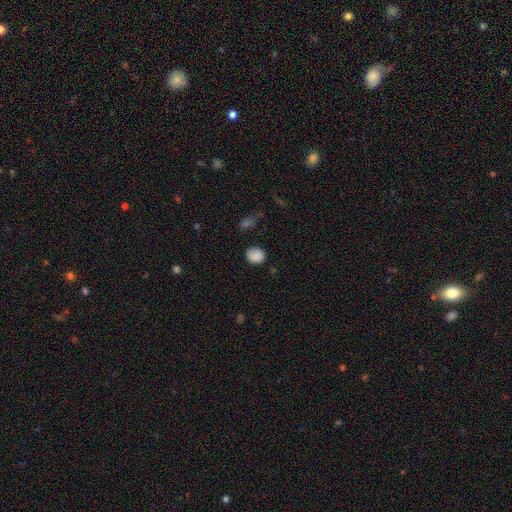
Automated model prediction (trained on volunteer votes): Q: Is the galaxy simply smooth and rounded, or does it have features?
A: smooth — 86%.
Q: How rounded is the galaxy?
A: round — 65%.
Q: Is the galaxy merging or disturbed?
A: none — 78%.